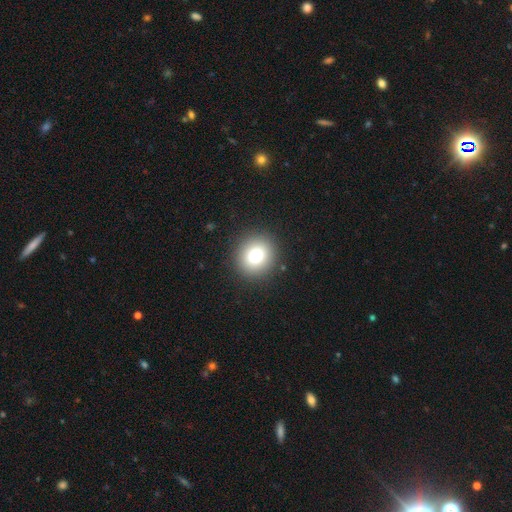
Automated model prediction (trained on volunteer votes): Q: Smooth or featured?
A: smooth (77%); runner-up: star or artifact (13%)
Q: How rounded?
A: round (85%); runner-up: in between (14%)
Q: Merging?
A: none (91%); runner-up: minor disturbance (6%)